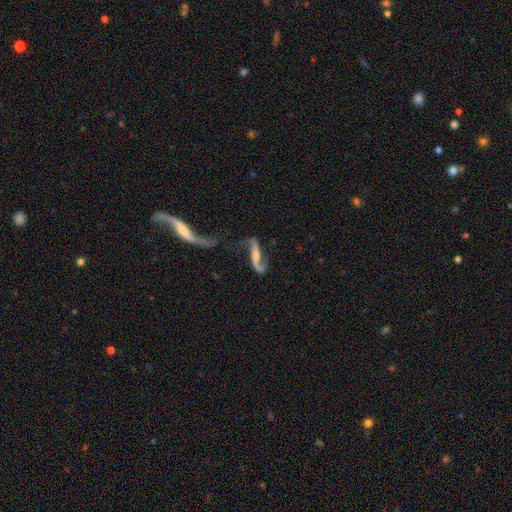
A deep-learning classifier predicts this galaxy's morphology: featured or disk 79%, smooth 14%, star or artifact 7%. Down the decision tree: edge-on disk — no (82%); bar — no (38%); spiral arms — yes (89%); spiral arm count — 2 (86%); spiral winding — loose (87%); bulge size — small (32%); merging — none (37%).